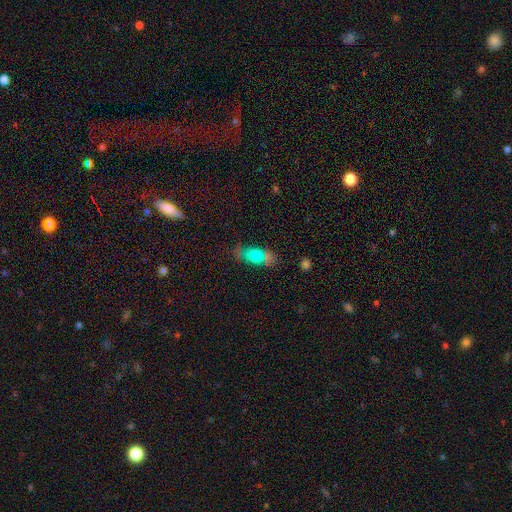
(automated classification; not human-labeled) The model was most divided on "merging": none: 54%, minor disturbance: 22%, merger: 15%, major disturbance: 10%. More confident: how rounded — in between (69%); smooth or featured — smooth (64%).